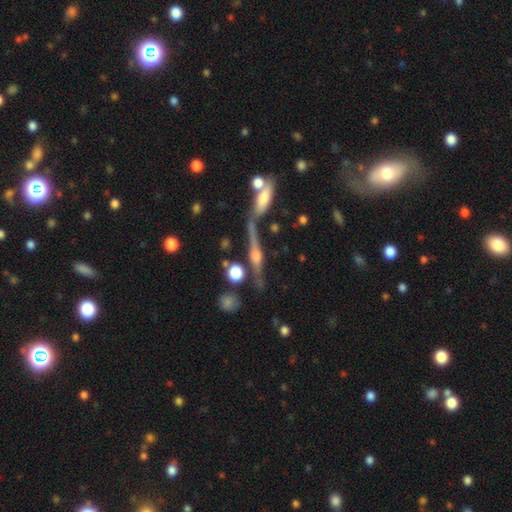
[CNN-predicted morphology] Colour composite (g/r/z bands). It shows a featured or disk galaxy (79%) viewed edge-on (96%) with a rounded central bulge (88%). Merging: none (73%).